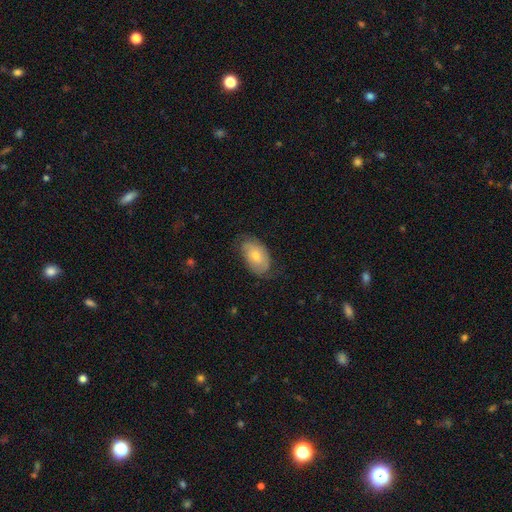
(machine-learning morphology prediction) A smooth galaxy with no disk features (53%) that is in between round and cigar-shaped (91%). Merging: none (67%).